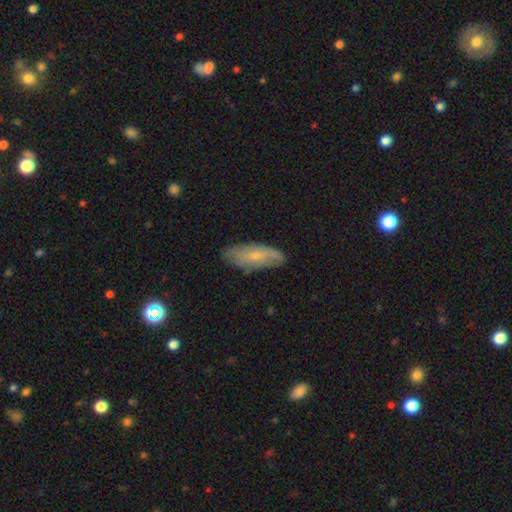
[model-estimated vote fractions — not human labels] Q: Smooth or featured?
A: smooth (50%); runner-up: featured or disk (43%)
Q: Merging?
A: none (72%); runner-up: minor disturbance (21%)